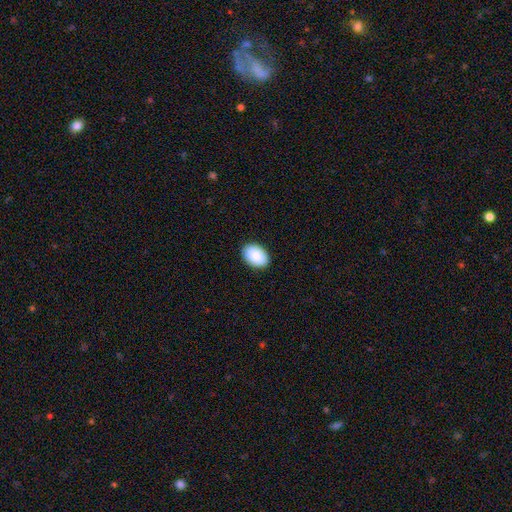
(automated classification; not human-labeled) This is clearly a smooth galaxy (91%). How rounded: clearly in between (89%). Merging: clearly none (90%).